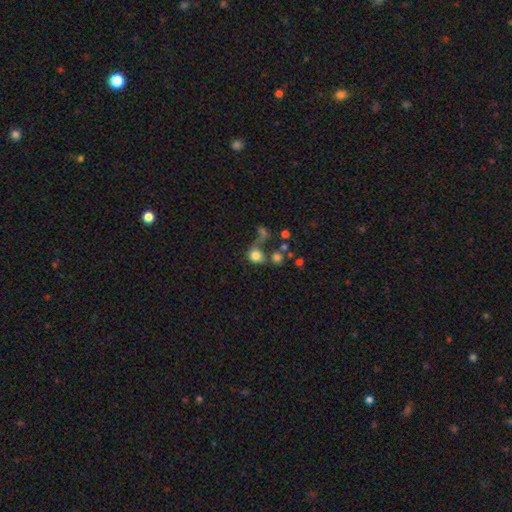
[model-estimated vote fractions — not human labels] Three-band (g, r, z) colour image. It shows a smooth galaxy with no disk features (77%) that is round (76%). Merging: none (36%).